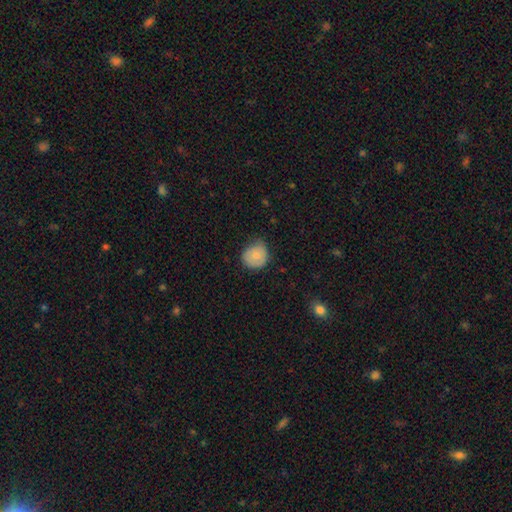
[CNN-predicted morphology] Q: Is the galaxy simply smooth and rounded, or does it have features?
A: smooth — 78%.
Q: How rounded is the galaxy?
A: round — 81%.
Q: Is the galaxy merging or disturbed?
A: none — 62%.